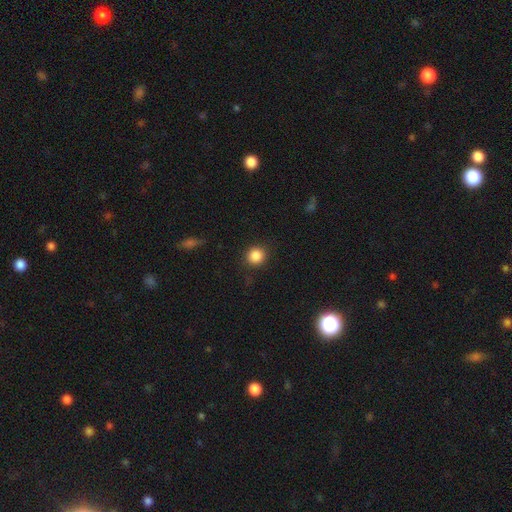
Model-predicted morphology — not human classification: Q: Smooth or featured?
A: smooth (86%); runner-up: star or artifact (10%)
Q: How rounded?
A: round (90%); runner-up: in between (9%)
Q: Merging?
A: none (87%); runner-up: minor disturbance (9%)